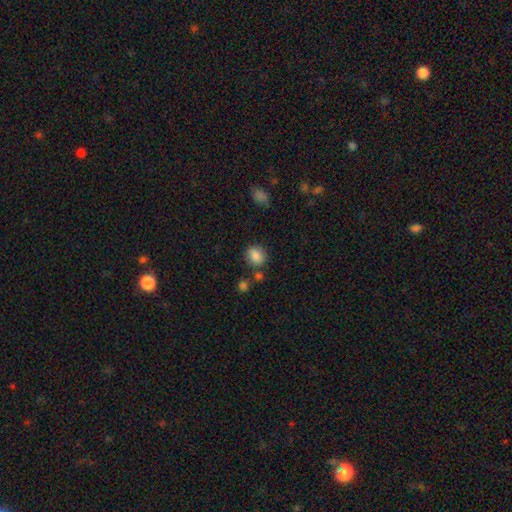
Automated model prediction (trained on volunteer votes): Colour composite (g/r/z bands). It shows a smooth galaxy with no disk features (85%) that is round (62%). Merging: none (76%).